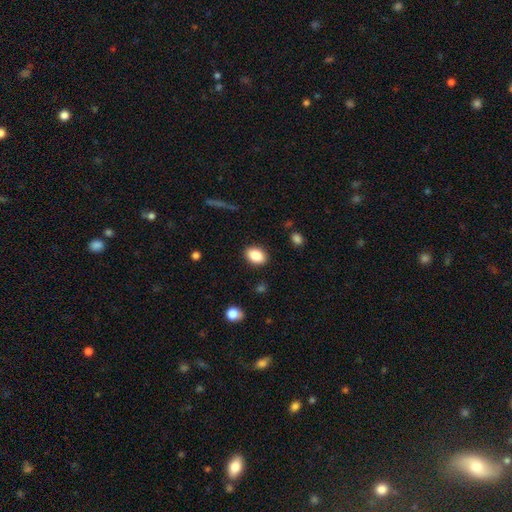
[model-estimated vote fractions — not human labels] Morphology: type=smooth (86%); roundness=in between (82%); merging=none (88%).